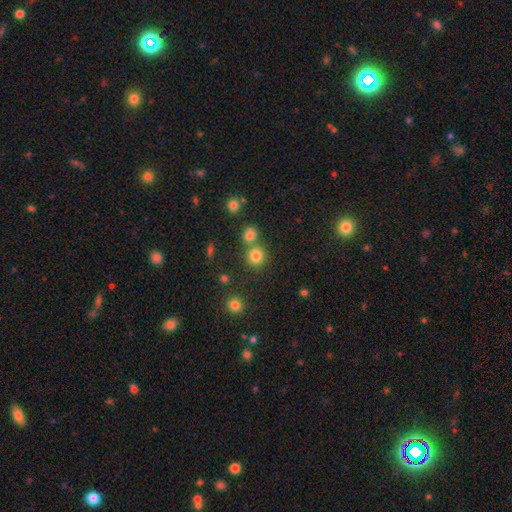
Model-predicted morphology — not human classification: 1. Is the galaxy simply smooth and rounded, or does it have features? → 80% smooth, 14% star or artifact, 6% featured or disk.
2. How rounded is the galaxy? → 90% round, 9% in between, 1% cigar-shaped.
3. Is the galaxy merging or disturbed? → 67% none, 23% merger, 7% minor disturbance, 3% major disturbance.